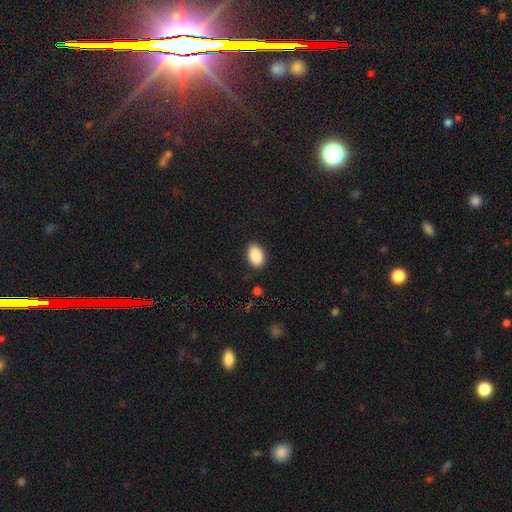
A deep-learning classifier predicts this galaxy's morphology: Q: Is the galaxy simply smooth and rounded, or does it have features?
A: smooth — 89%.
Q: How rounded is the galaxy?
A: in between — 91%.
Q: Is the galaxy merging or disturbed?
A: none — 86%.